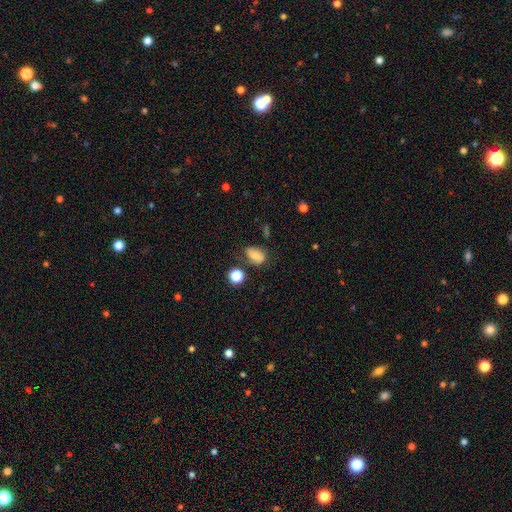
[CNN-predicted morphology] This appears to be a smooth galaxy with no disk features (62%) that is in between round and cigar-shaped (74%). Merging: none (57%).